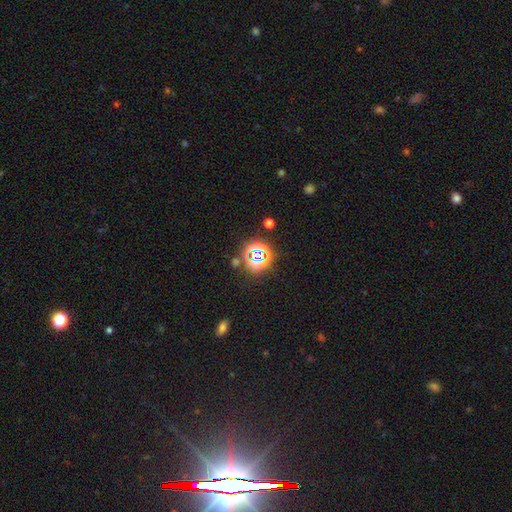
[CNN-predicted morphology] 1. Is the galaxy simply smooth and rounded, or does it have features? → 68% star or artifact, 22% smooth, 10% featured or disk.